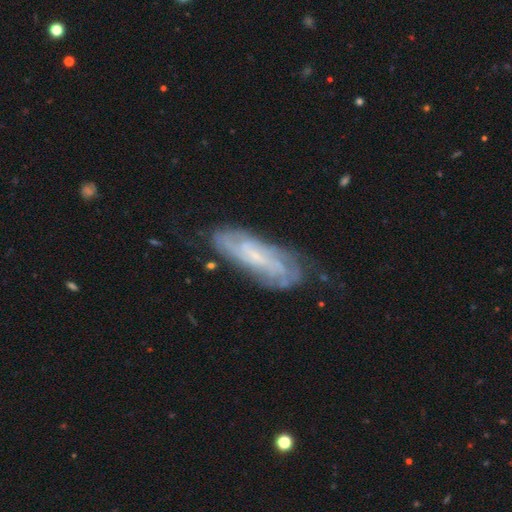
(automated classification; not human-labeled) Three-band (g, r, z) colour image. It shows a featured or disk galaxy (75%) with no bar (57%), tight (60%) spiral arms (90%) and a small central bulge (71%). Merging: none (69%).